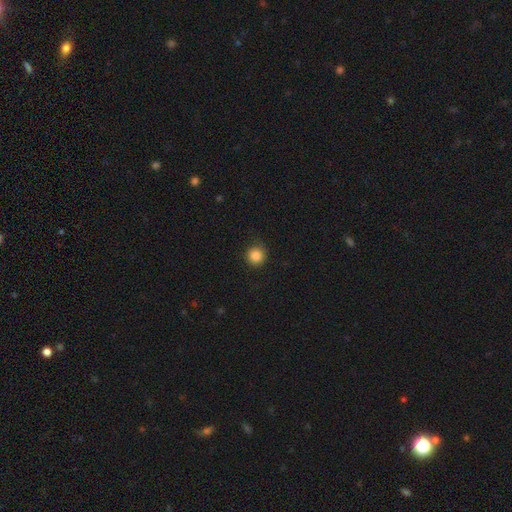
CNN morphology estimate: Smooth or featured?
  - smooth: 85% *
  - star or artifact: 11%
  - featured or disk: 4%
How rounded?
  - round: 94% *
  - in between: 5%
  - cigar-shaped: 1%
Merging?
  - none: 88% *
  - minor disturbance: 9%
  - major disturbance: 2%
  - merger: 1%